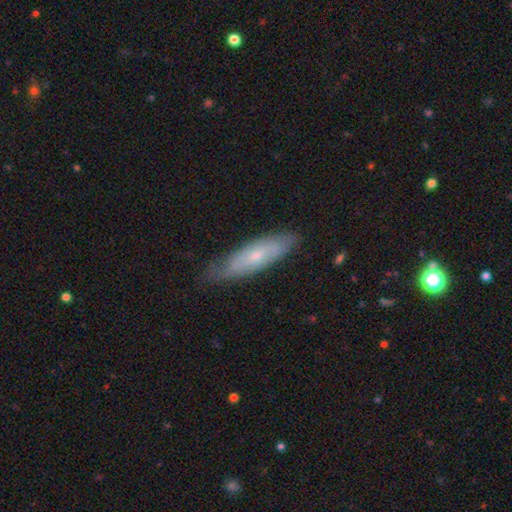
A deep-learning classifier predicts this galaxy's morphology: Smooth or featured?
  - smooth: 49% *
  - featured or disk: 44%
  - star or artifact: 6%
Merging?
  - none: 74% *
  - minor disturbance: 21%
  - major disturbance: 4%
  - merger: 1%